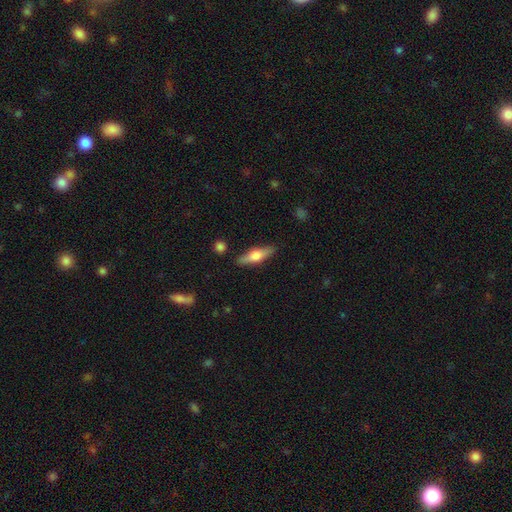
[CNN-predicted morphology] This is possibly a featured or disk galaxy (54%). It is clearly viewed edge-on (94%). Edge-on bulge: clearly rounded (92%). Merging: clearly none (87%).